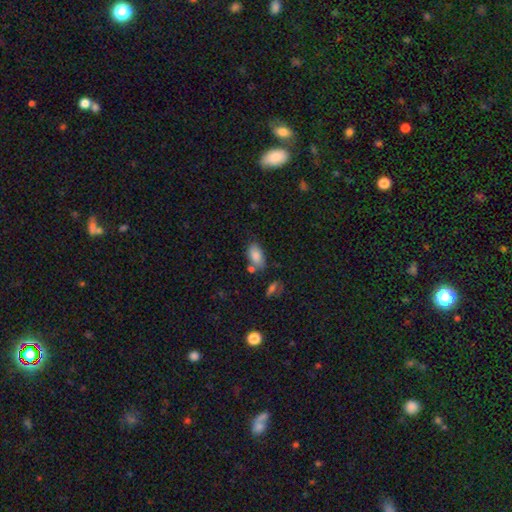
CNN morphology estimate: This is clearly a smooth galaxy (84%). How rounded: clearly in between (92%). Merging: likely none (63%).